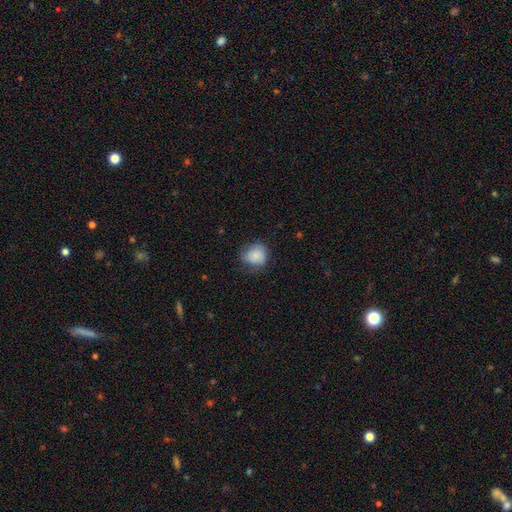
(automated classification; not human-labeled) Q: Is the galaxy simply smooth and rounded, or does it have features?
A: smooth — 77%.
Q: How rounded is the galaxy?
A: round — 74%.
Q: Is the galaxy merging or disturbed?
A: none — 62%.